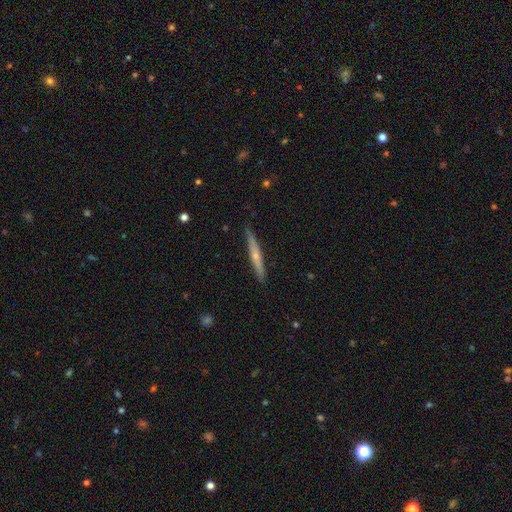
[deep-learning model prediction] The model was most divided on "smooth or featured": featured or disk: 58%, smooth: 36%, star or artifact: 6%. More confident: edge-on disk — yes (96%); merging — none (88%); edge-on bulge — rounded (68%).